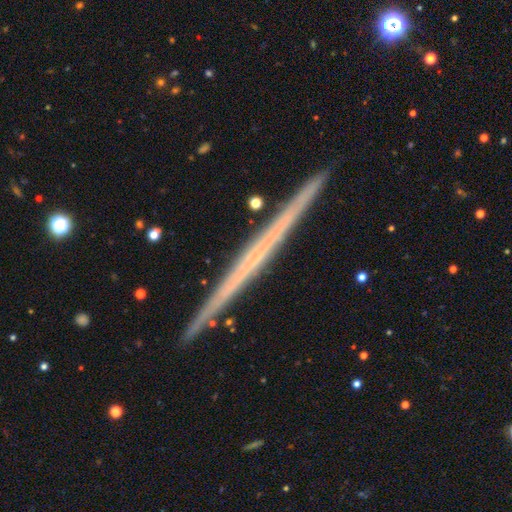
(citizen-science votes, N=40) This is likely a featured or disk galaxy (68%). It is clearly viewed edge-on (100%). Edge-on bulge: clearly none (96%). Merging: clearly none (100%).